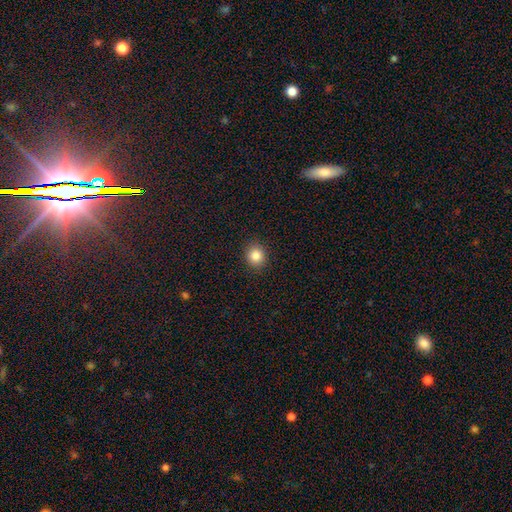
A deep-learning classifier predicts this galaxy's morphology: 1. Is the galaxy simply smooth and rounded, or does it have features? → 85% smooth, 10% star or artifact, 5% featured or disk.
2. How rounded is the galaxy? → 80% round, 19% in between, 1% cigar-shaped.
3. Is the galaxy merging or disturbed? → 91% none, 6% minor disturbance, 2% major disturbance, 1% merger.